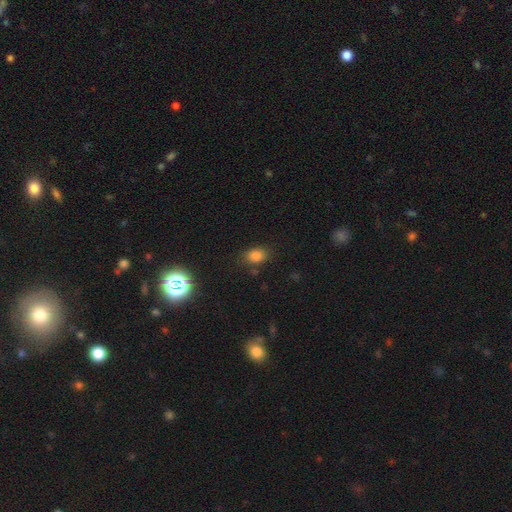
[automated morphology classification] smooth 79%, star or artifact 14%, featured or disk 7%. Down the decision tree: how rounded — in between (68%); merging — none (79%).